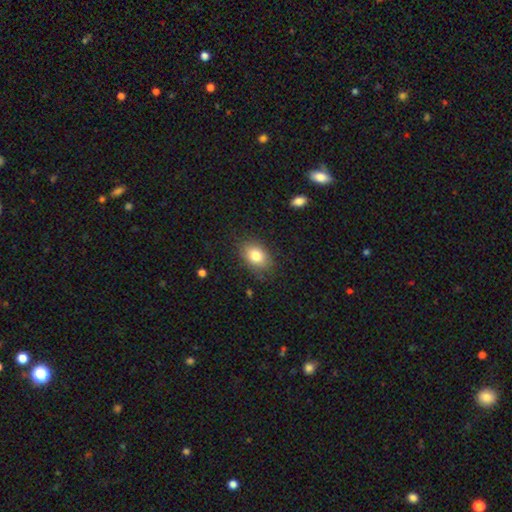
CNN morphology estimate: Smooth or featured? Predicted: smooth (p=0.81). How rounded? Predicted: in between (p=0.78). Merging? Predicted: none (p=0.79).